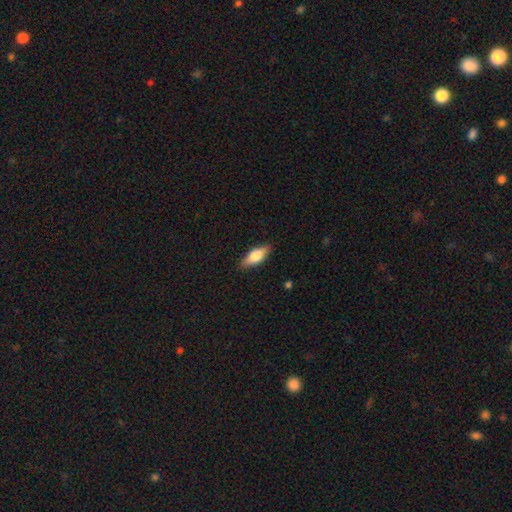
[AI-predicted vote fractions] Morphology: type=smooth (69%); roundness=in between (71%); merging=none (87%).